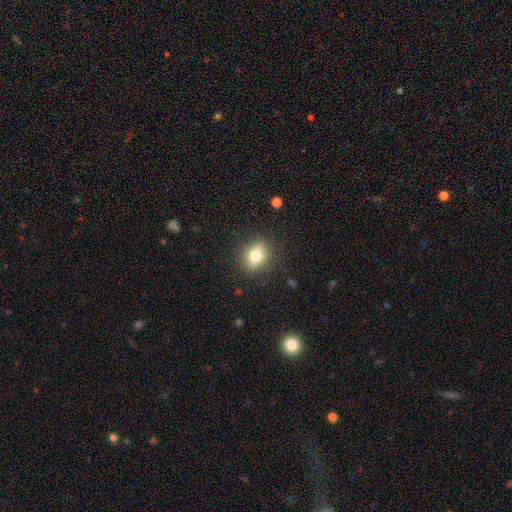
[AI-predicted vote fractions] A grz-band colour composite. It shows a smooth galaxy with no disk features (78%) that is in between round and cigar-shaped (57%). Merging: none (86%).